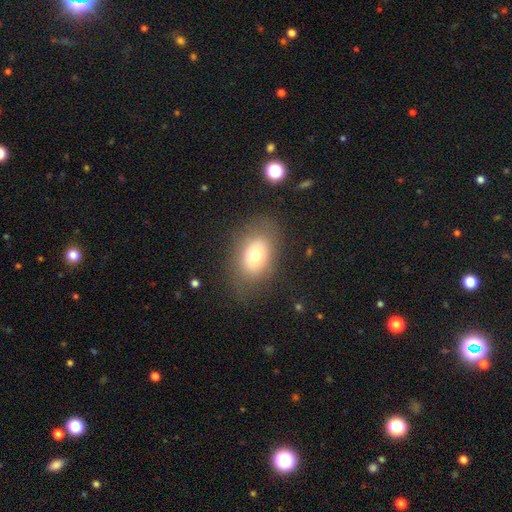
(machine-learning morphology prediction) Smooth or featured?
  - smooth: 69% *
  - featured or disk: 19%
  - star or artifact: 11%
How rounded?
  - in between: 78% *
  - round: 21%
  - cigar-shaped: 1%
Merging?
  - none: 75% *
  - minor disturbance: 16%
  - major disturbance: 8%
  - merger: 2%